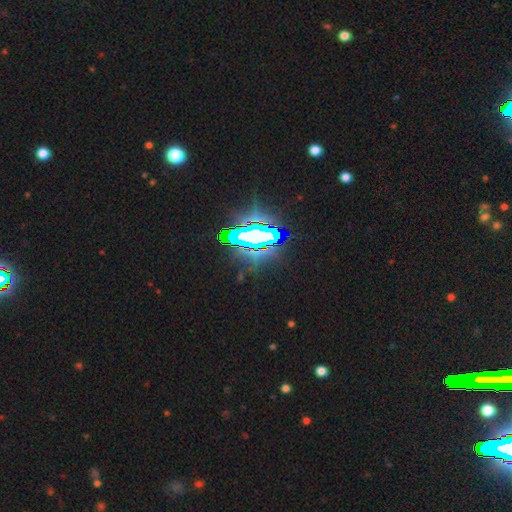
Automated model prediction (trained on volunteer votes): This appears to be a star or artifact, not a galaxy (72%).